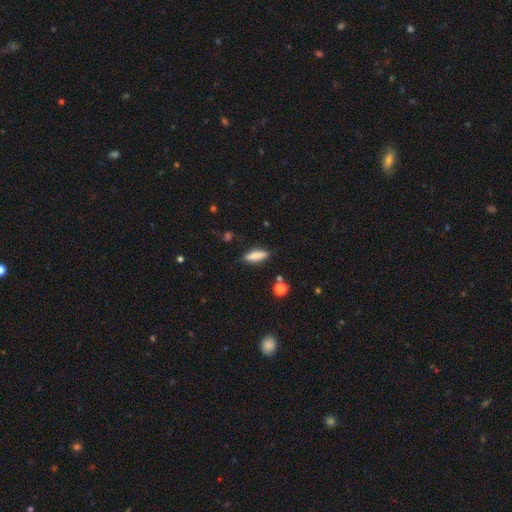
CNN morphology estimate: Smooth or featured? Predicted: smooth (p=0.75). How rounded? Predicted: cigar-shaped (p=0.56). Merging? Predicted: none (p=0.84).